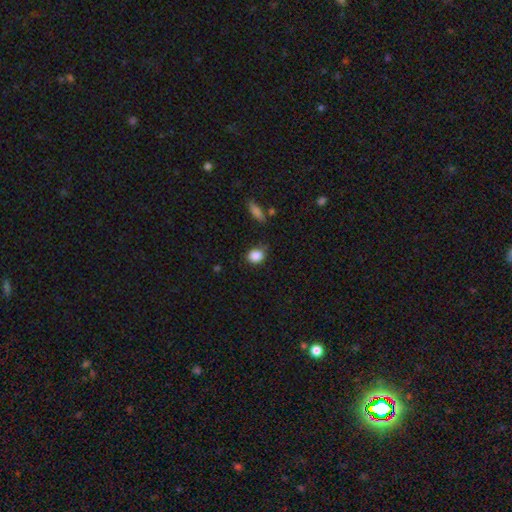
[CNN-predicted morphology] A smooth galaxy with no disk features (87%) that is round (49%, tied with in between). Merging: none (72%).